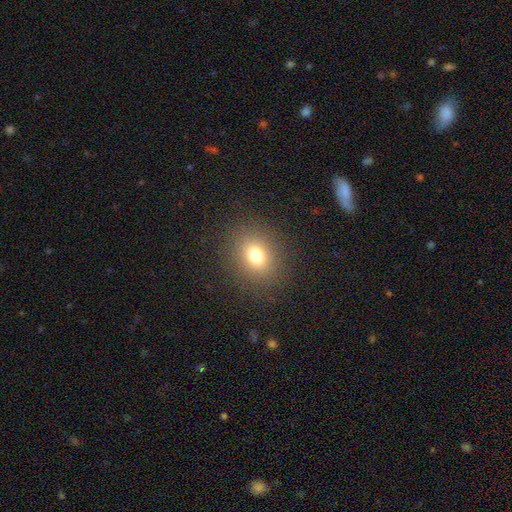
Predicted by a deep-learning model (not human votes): This appears to be a smooth galaxy with no disk features (76%) that is round (58%). Merging: none (87%).